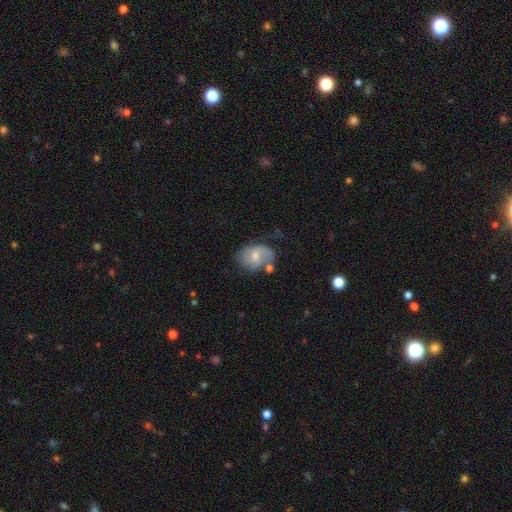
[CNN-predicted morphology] Q: Smooth or featured?
A: featured or disk (52%); runner-up: smooth (40%)
Q: Edge-on disk?
A: no (97%); runner-up: yes (3%)
Q: Bar?
A: weak (48%); runner-up: no (41%)
Q: Spiral arms?
A: yes (75%); runner-up: no (25%)
Q: Bulge size?
A: moderate (50%); runner-up: small (43%)
Q: Merging?
A: none (48%); runner-up: minor disturbance (27%)